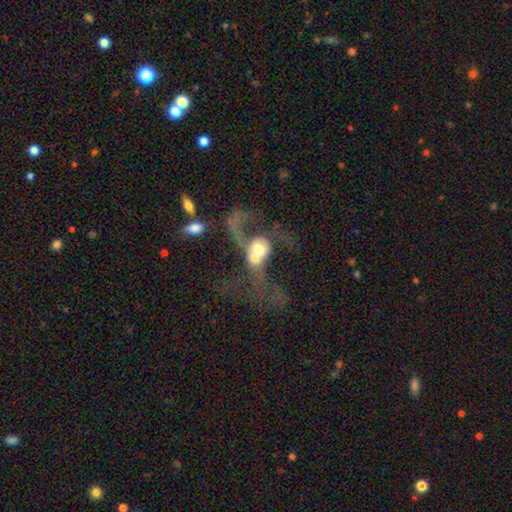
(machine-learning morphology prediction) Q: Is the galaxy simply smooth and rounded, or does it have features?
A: featured or disk — 53%.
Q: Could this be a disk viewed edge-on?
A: no — 93%.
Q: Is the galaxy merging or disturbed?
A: merger — 74%.